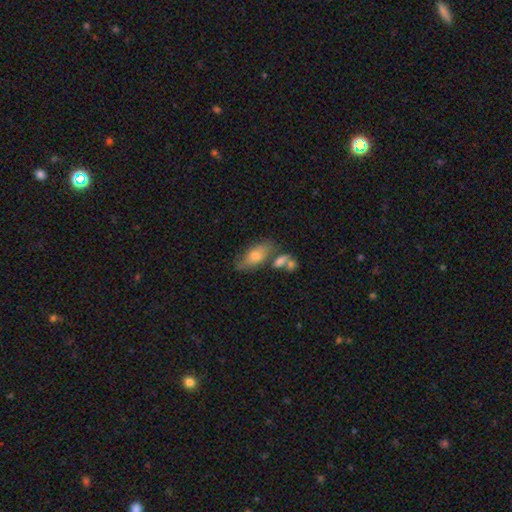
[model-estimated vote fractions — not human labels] Q: Smooth or featured?
A: smooth (58%); runner-up: featured or disk (33%)
Q: How rounded?
A: in between (78%); runner-up: cigar-shaped (17%)
Q: Merging?
A: none (50%); runner-up: minor disturbance (21%)